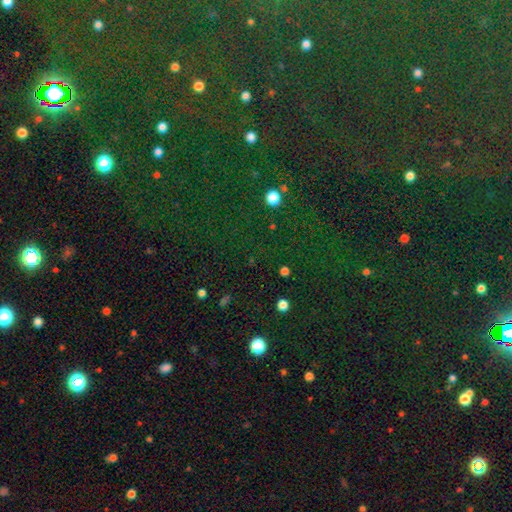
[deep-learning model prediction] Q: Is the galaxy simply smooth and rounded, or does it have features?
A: star or artifact — 83%.